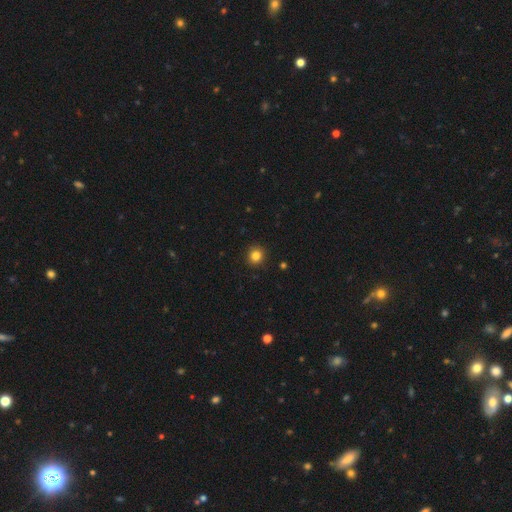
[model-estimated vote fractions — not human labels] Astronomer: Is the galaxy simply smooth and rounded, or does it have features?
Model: smooth — 83%.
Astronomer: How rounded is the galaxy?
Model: round — 91%.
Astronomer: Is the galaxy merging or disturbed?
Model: none — 92%.